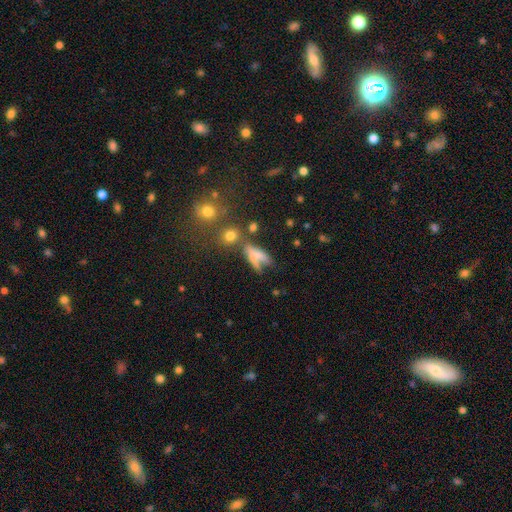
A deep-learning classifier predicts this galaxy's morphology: The model was most divided on "merging": major disturbance: 30%, none: 29%, merger: 23%, minor disturbance: 18%. More confident: how rounded — in between (61%); smooth or featured — smooth (56%).